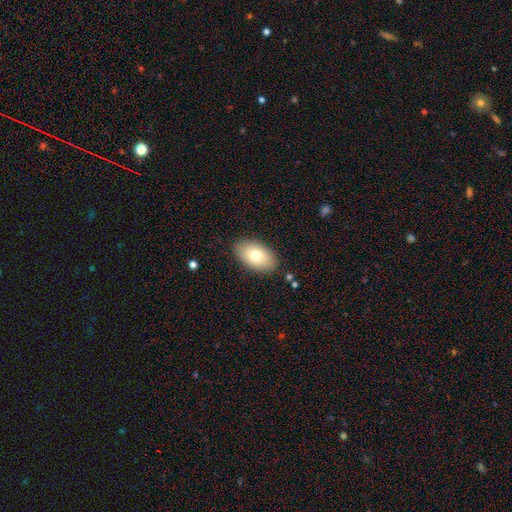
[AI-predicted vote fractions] smooth-or-featured: smooth: 76% | featured or disk: 17% | star or artifact: 7%
  how-rounded: in between: 93% | round: 6% | cigar-shaped: 1%
  merging: none: 87% | minor disturbance: 9% | major disturbance: 2% | merger: 1%